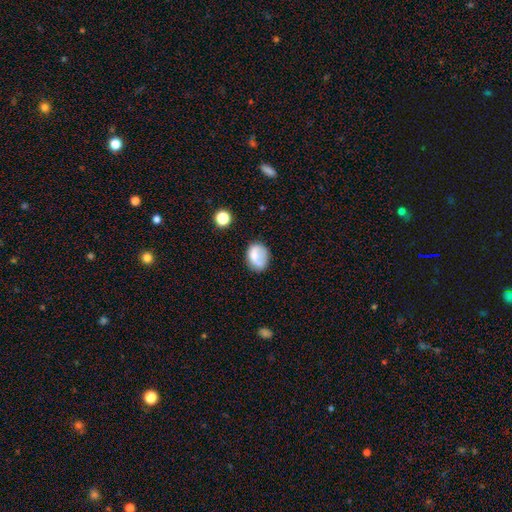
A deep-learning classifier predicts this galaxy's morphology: smooth_or_featured: smooth (p=0.70) [alt: featured or disk p=0.20]
how_rounded: in between (p=0.63) [alt: round p=0.36]
merging: none (p=0.59) [alt: minor disturbance p=0.25]